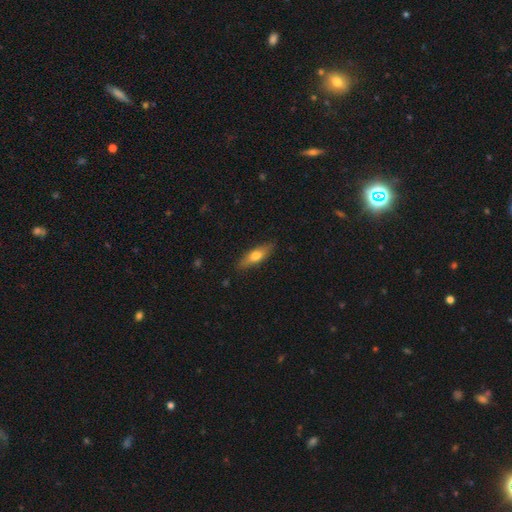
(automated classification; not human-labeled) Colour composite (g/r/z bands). It shows a smooth galaxy with no disk features (63%) that is in between round and cigar-shaped (52%). Merging: none (85%).